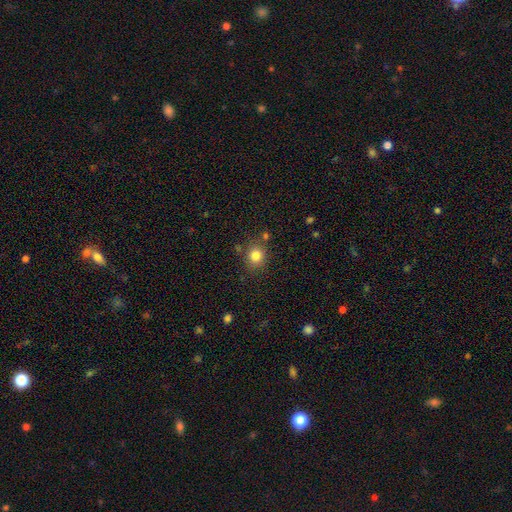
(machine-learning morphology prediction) Q: Smooth or featured?
A: smooth (82%); runner-up: star or artifact (12%)
Q: How rounded?
A: round (79%); runner-up: in between (20%)
Q: Merging?
A: none (81%); runner-up: minor disturbance (10%)